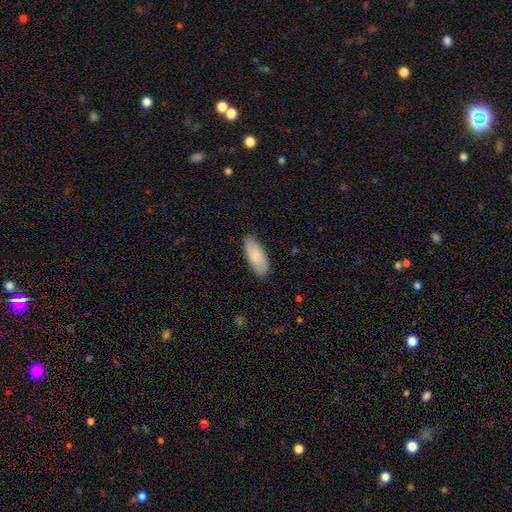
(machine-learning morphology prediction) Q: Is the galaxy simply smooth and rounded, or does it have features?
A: smooth — 79%.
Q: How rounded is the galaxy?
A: in between — 82%.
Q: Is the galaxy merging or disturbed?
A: none — 82%.